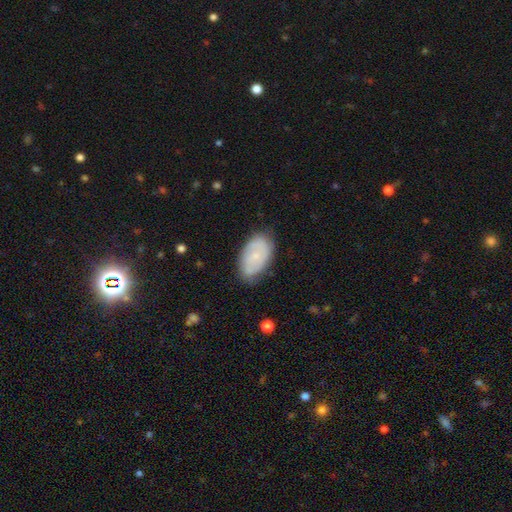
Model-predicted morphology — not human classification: Smooth or featured? Predicted: smooth (p=0.48). Merging? Predicted: none (p=0.70).